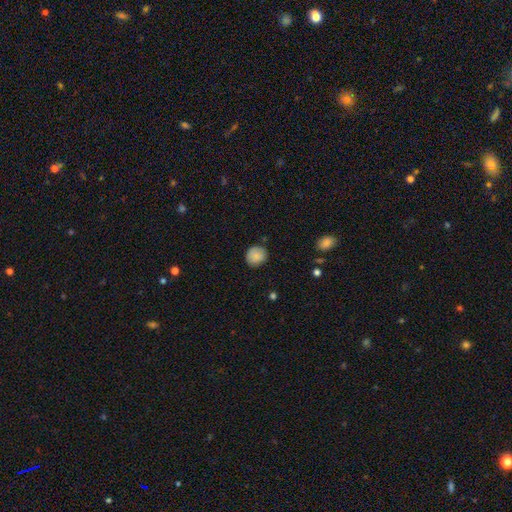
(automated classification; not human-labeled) smooth-or-featured: smooth: 86% | star or artifact: 8% | featured or disk: 6%
  how-rounded: round: 81% | in between: 18% | cigar-shaped: 1%
  merging: none: 81% | minor disturbance: 15% | major disturbance: 3% | merger: 1%